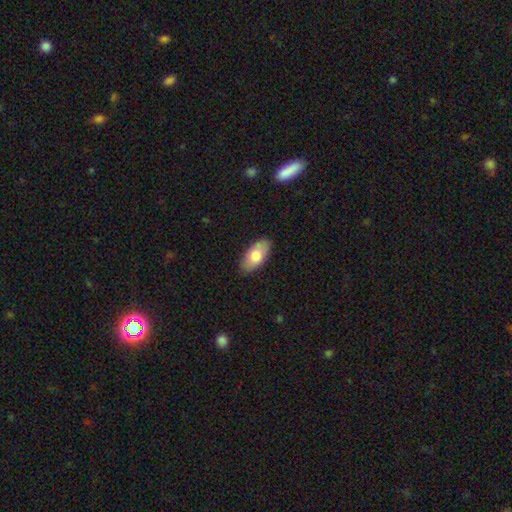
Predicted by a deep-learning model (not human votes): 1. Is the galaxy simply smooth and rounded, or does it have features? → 74% smooth, 20% featured or disk, 6% star or artifact.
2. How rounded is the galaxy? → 92% in between, 5% cigar-shaped, 3% round.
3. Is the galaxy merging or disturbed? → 86% none, 11% minor disturbance, 2% major disturbance, 1% merger.